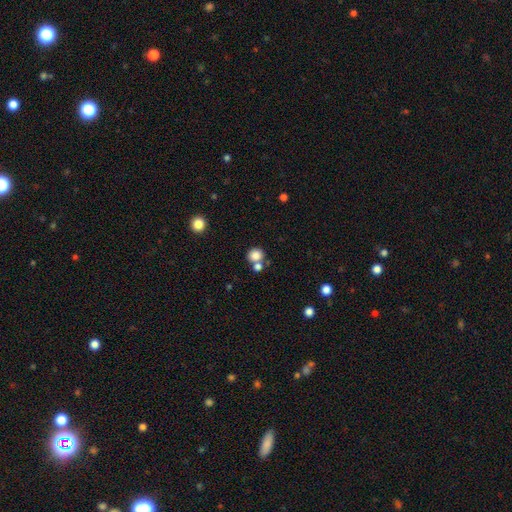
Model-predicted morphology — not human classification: smooth 82%, star or artifact 11%, featured or disk 7%. Down the decision tree: how rounded — round (80%); merging — none (59%).